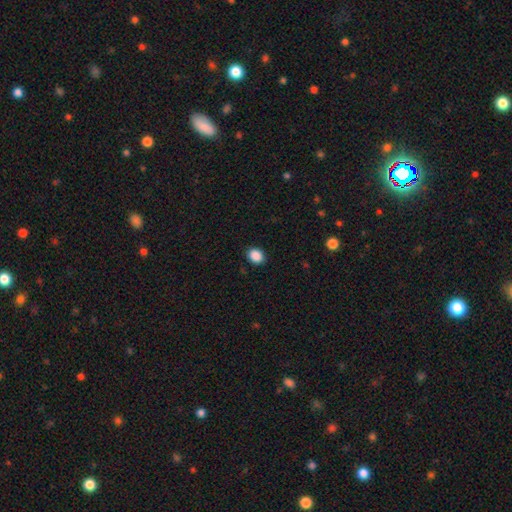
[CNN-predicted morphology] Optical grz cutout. It shows a smooth galaxy with no disk features (89%) that is round (52%). Merging: none (90%).